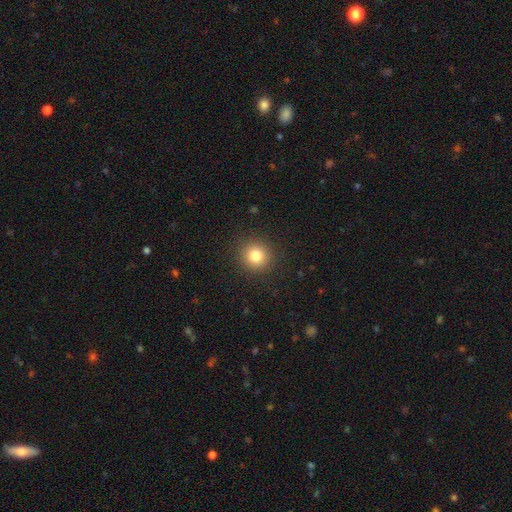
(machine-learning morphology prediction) type=smooth (81%); roundness=round (93%); merging=none (91%).